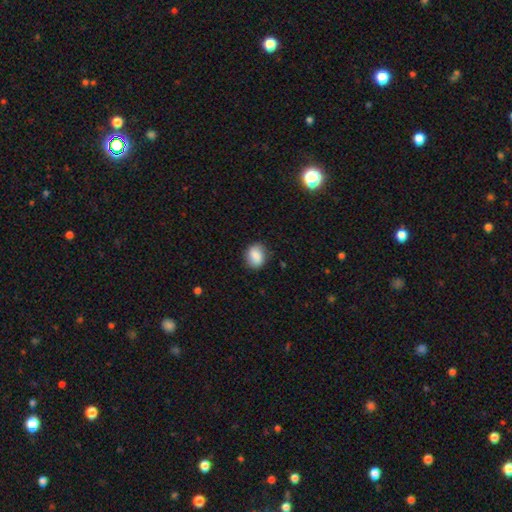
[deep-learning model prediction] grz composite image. It shows a smooth galaxy with no disk features (83%) that is round (52%). Merging: none (82%).